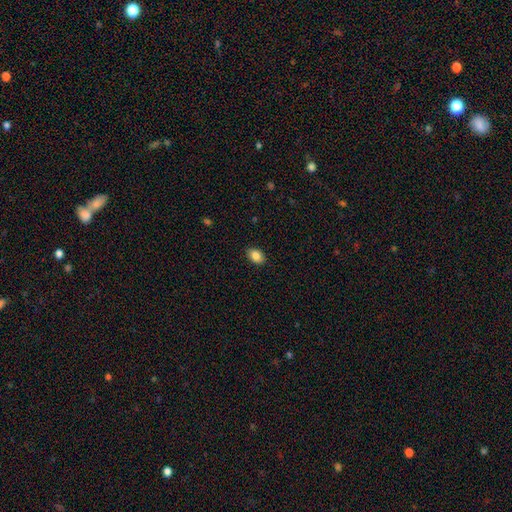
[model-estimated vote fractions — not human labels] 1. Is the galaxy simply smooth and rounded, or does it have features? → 85% smooth, 8% star or artifact, 7% featured or disk.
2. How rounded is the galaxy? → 80% in between, 19% round, 1% cigar-shaped.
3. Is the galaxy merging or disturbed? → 88% none, 9% minor disturbance, 2% major disturbance, 1% merger.